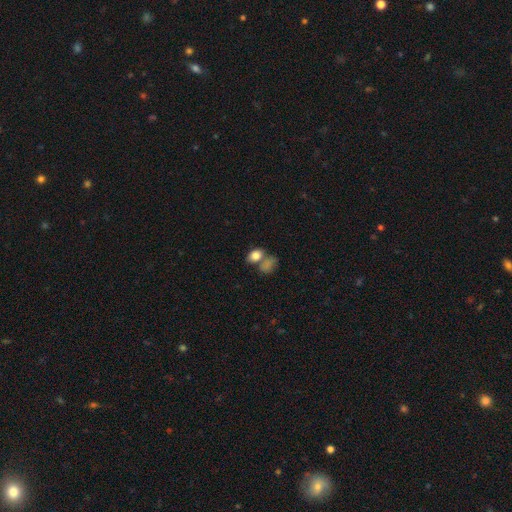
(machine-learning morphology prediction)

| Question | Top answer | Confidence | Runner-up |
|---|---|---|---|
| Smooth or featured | smooth | 82% | star or artifact (10%) |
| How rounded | in between | 75% | round (24%) |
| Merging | merger | 40% | tied: none (40%) |